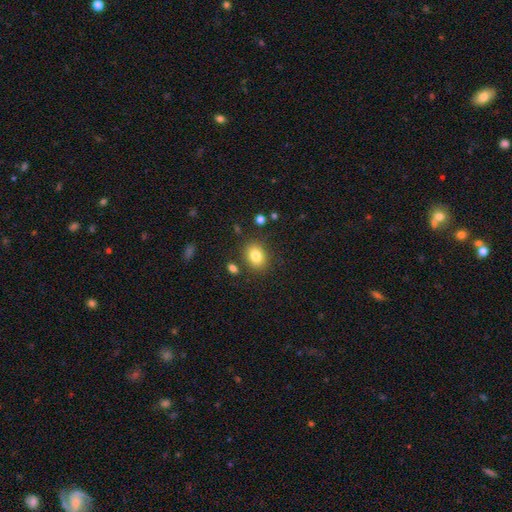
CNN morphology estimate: A smooth galaxy with no disk features (83%) that is in between round and cigar-shaped (59%).

Vote fractions:
- Smooth or featured? smooth: 83% / star or artifact: 10% / featured or disk: 8%
- How rounded? in between: 59% / round: 40% / cigar-shaped: 1%
- Merging? none: 82% / minor disturbance: 10% / merger: 4% / major disturbance: 3%